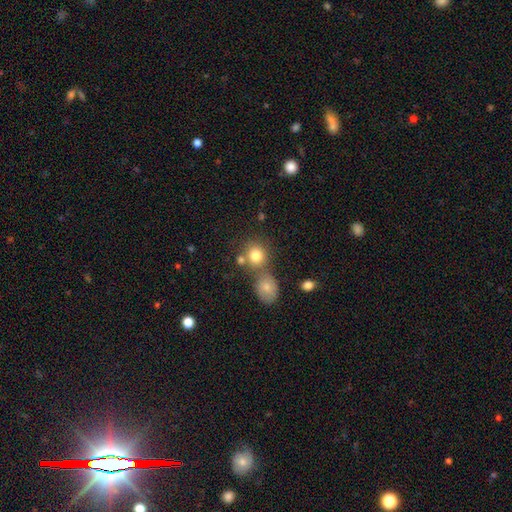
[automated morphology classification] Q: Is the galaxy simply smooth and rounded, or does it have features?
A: smooth — 80%.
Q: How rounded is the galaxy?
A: round — 79%.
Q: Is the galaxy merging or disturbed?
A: none — 54%.